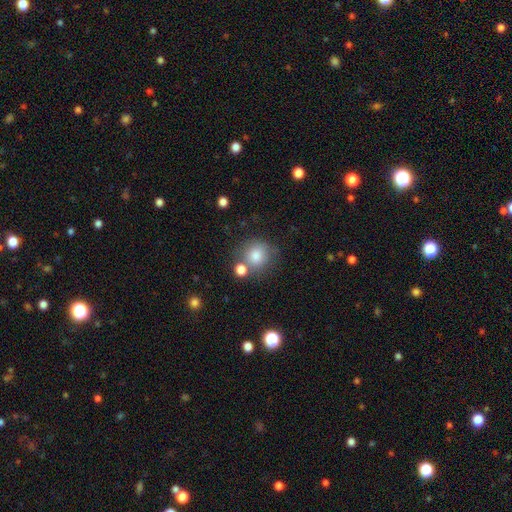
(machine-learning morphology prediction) The model was most divided on "merging": none: 68%, merger: 14%, minor disturbance: 13%, major disturbance: 5%. More confident: how rounded — round (87%); smooth or featured — smooth (80%).